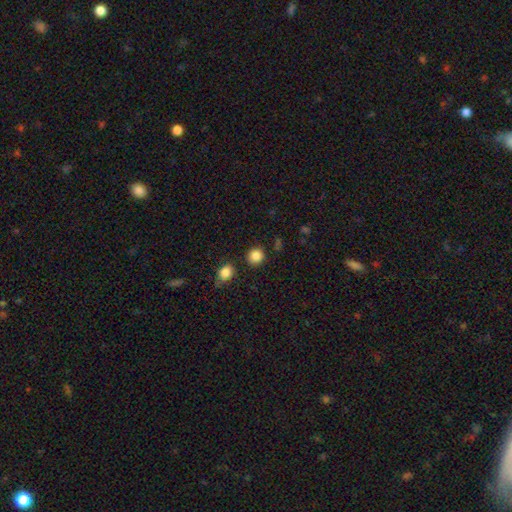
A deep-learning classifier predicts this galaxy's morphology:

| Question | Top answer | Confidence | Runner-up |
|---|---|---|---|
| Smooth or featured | smooth | 86% | star or artifact (11%) |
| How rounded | round | 90% | in between (9%) |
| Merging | none | 87% | minor disturbance (7%) |